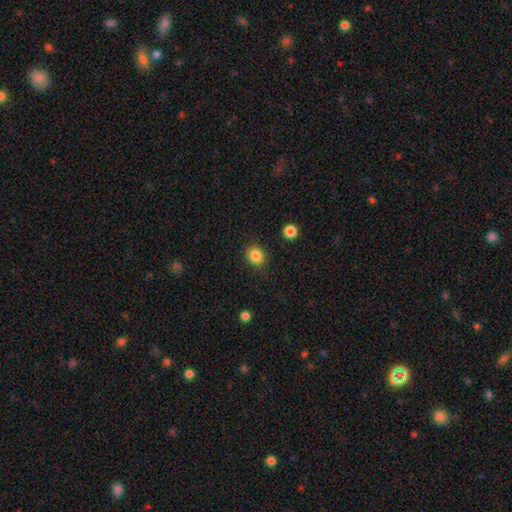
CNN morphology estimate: smooth_or_featured: smooth (p=0.85) [alt: star or artifact p=0.10]
how_rounded: round (p=0.67) [alt: in between p=0.32]
merging: none (p=0.87) [alt: minor disturbance p=0.09]